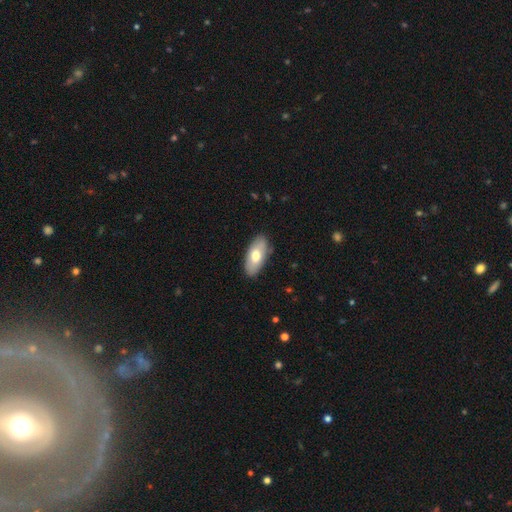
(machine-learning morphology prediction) smooth 69%, featured or disk 25%, star or artifact 6%. Down the decision tree: how rounded — in between (90%); merging — none (85%).